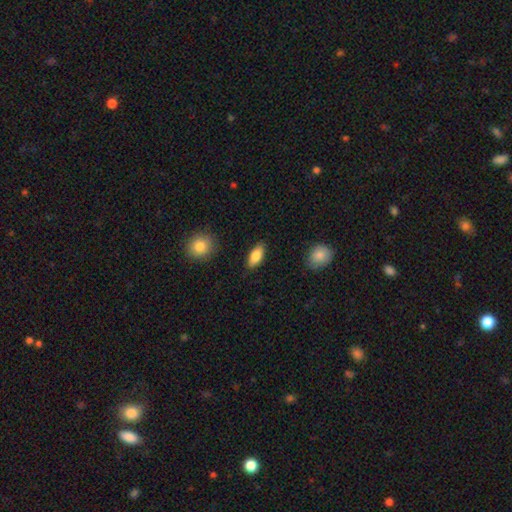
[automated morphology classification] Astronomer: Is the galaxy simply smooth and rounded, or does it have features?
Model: smooth — 84%.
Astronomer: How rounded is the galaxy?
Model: in between — 87%.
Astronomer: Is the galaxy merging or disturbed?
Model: none — 88%.